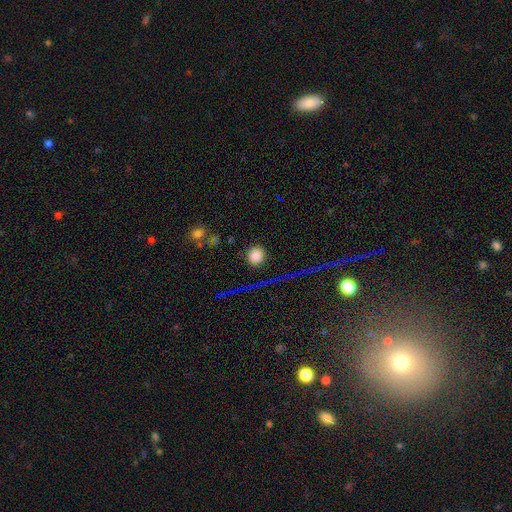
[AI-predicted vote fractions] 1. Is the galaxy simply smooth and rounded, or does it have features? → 80% smooth, 13% star or artifact, 7% featured or disk.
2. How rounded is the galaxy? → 92% round, 7% in between, 1% cigar-shaped.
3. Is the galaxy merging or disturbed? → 87% none, 7% minor disturbance, 3% major disturbance, 2% merger.